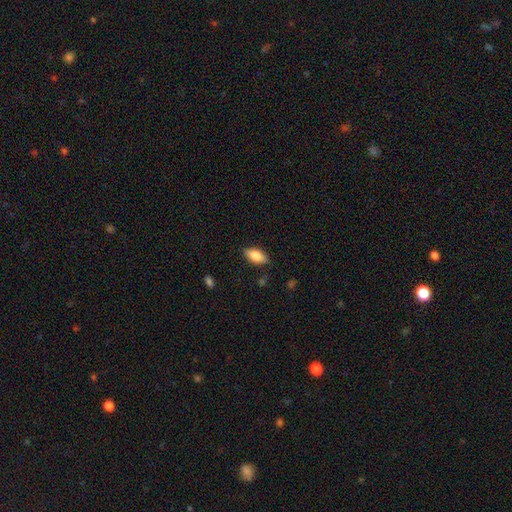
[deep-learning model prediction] Morphology: type=smooth (82%); roundness=in between (87%); merging=none (83%).